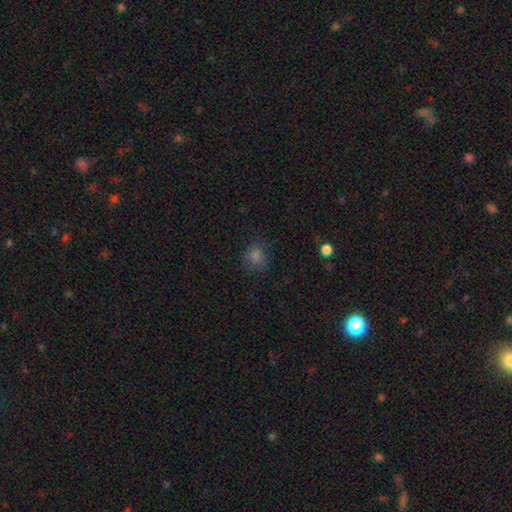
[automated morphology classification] Smooth or featured? Predicted: smooth (p=0.74). How rounded? Predicted: round (p=0.84). Merging? Predicted: none (p=0.82).